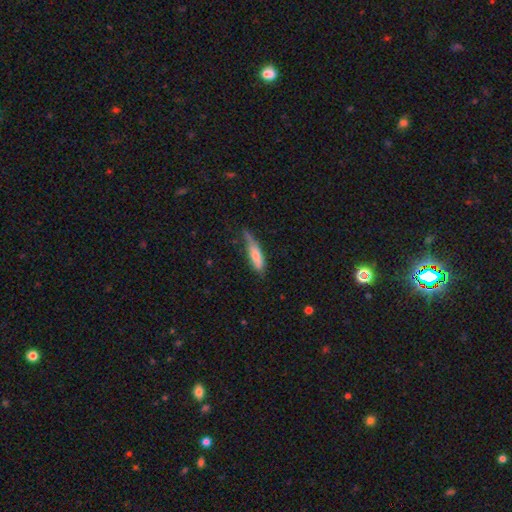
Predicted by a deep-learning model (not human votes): Smooth or featured: smooth — 61% (featured or disk — 31%)
How rounded: cigar-shaped — 76% (in between — 22%)
Merging: none — 53% (minor disturbance — 34%)